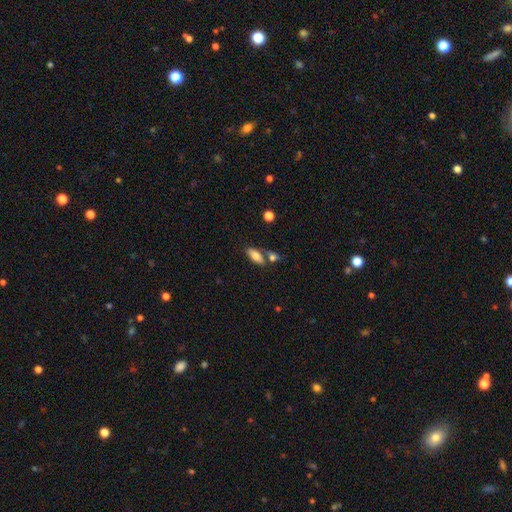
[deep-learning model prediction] The model was most divided on "merging": none: 63%, merger: 21%, minor disturbance: 12%, major disturbance: 4%. More confident: how rounded — in between (84%); smooth or featured — smooth (77%).